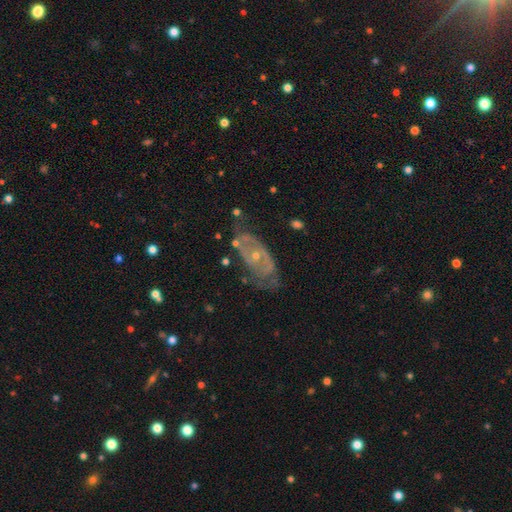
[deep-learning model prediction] Smooth or featured?
  - featured or disk: 79% *
  - smooth: 14%
  - star or artifact: 7%
Edge-on disk?
  - no: 92% *
  - yes: 8%
Bar?
  - no: 74% *
  - weak: 20%
  - strong: 5%
Spiral arms?
  - yes: 71% *
  - no: 29%
Spiral winding?
  - tight: 48% *
  - medium: 36%
  - loose: 16%
Spiral arm count?
  - 2: 52% *
  - can't tell: 33%
  - 1: 6%
  - 3: 5%
  - 4: 2%
  - more than 4: 2%
Bulge size?
  - small: 61% *
  - moderate: 36%
  - none: 1%
  - large: 1%
  - dominant: 1%
Merging?
  - none: 54% *
  - minor disturbance: 26%
  - major disturbance: 15%
  - merger: 4%